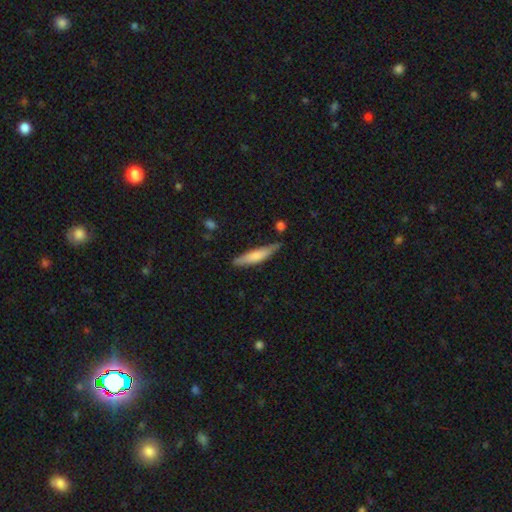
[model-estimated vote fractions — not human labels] Smooth or featured? Predicted: smooth (p=0.67). How rounded? Predicted: cigar-shaped (p=0.84). Merging? Predicted: none (p=0.72).